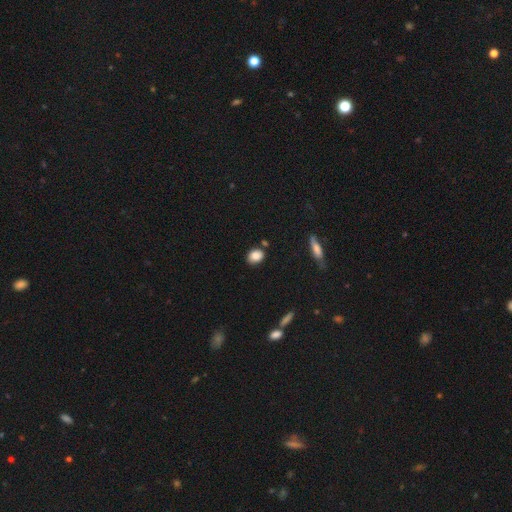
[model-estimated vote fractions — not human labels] Smooth or featured? Predicted: smooth (p=0.86). How rounded? Predicted: in between (p=0.62). Merging? Predicted: none (p=0.78).